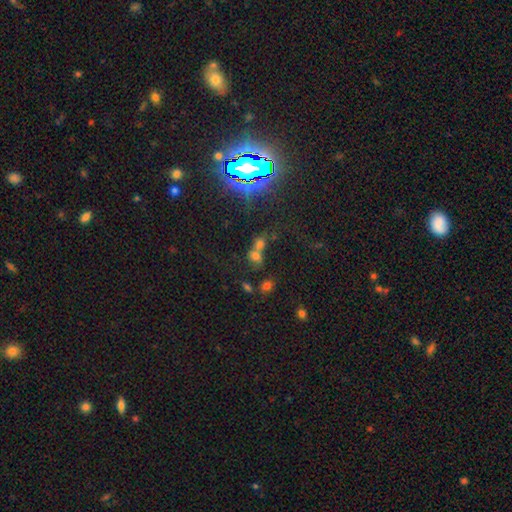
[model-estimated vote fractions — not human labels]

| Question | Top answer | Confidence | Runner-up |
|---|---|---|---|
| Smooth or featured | smooth | 61% | star or artifact (26%) |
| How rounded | in between | 51% | round (46%) |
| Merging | merger | 57% | none (31%) |